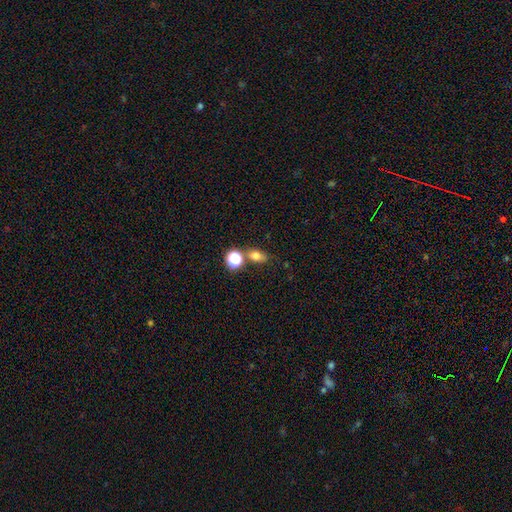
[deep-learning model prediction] This is likely a smooth galaxy (72%). How rounded: likely in between (65%). Merging: likely none (65%).